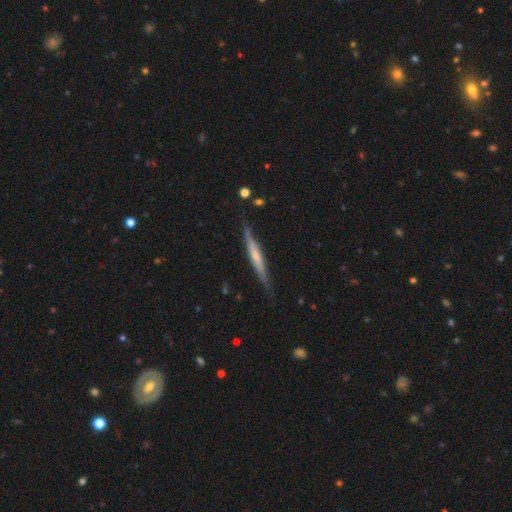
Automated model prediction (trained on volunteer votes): smooth_or_featured: featured or disk (p=0.55) [alt: smooth p=0.39]
disk_edge_on: yes (p=0.95) [alt: no p=0.05]
edge_on_bulge: none (p=0.51) [alt: rounded p=0.38]
merging: none (p=0.80) [alt: minor disturbance p=0.15]